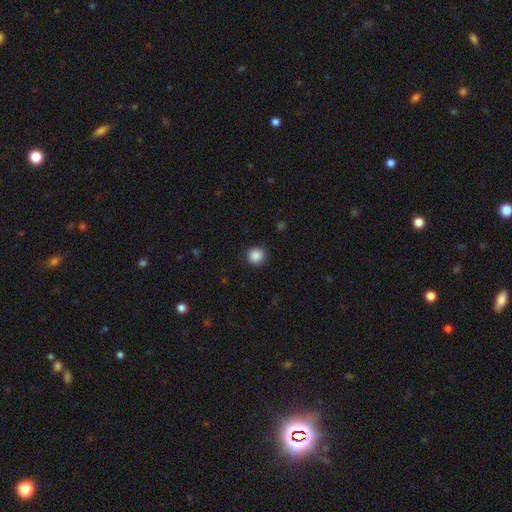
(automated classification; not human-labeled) smooth-or-featured: smooth: 88% | star or artifact: 9% | featured or disk: 3%
  how-rounded: round: 91% | in between: 8% | cigar-shaped: 1%
  merging: none: 87% | minor disturbance: 9% | major disturbance: 3% | merger: 1%